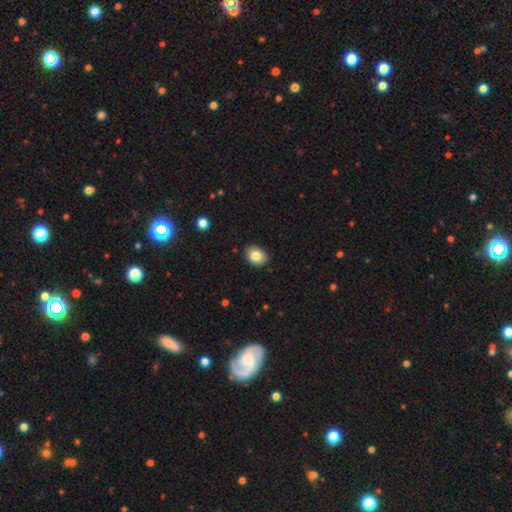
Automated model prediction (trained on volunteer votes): Smooth or featured?
  - smooth: 84% *
  - star or artifact: 8%
  - featured or disk: 8%
How rounded?
  - in between: 67% *
  - round: 33%
  - cigar-shaped: 1%
Merging?
  - none: 88% *
  - minor disturbance: 9%
  - major disturbance: 2%
  - merger: 1%